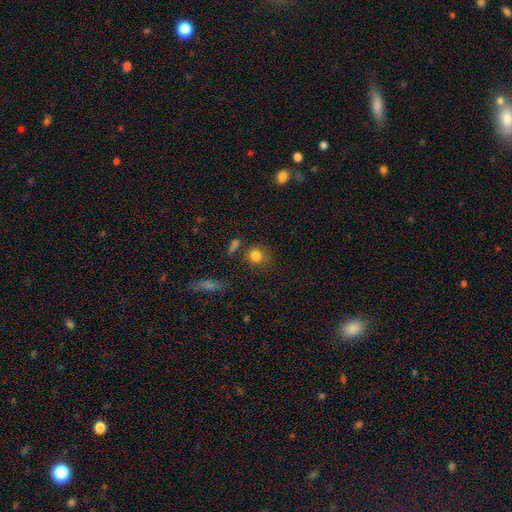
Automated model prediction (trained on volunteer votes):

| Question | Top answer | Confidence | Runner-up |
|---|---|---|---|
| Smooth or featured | smooth | 82% | star or artifact (12%) |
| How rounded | round | 79% | in between (19%) |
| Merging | none | 72% | minor disturbance (15%) |